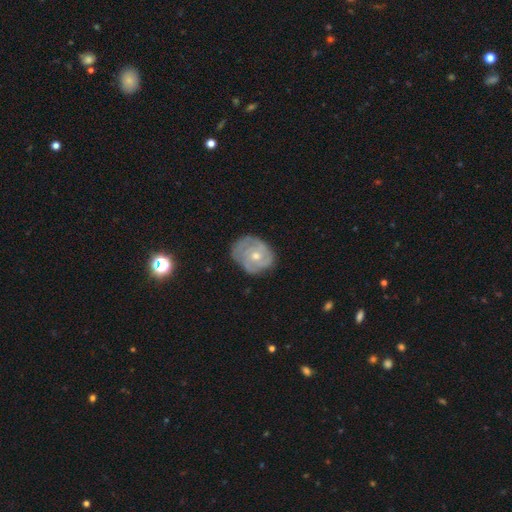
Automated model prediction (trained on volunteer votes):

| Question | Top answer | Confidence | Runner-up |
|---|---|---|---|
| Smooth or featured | featured or disk | 70% | smooth (24%) |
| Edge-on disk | no | 97% | yes (3%) |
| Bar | no | 78% | weak (19%) |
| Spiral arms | yes | 81% | no (19%) |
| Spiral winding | tight | 62% | medium (29%) |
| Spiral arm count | can't tell | 40% | 3 (23%) |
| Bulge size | moderate | 58% | small (38%) |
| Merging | none | 61% | minor disturbance (28%) |